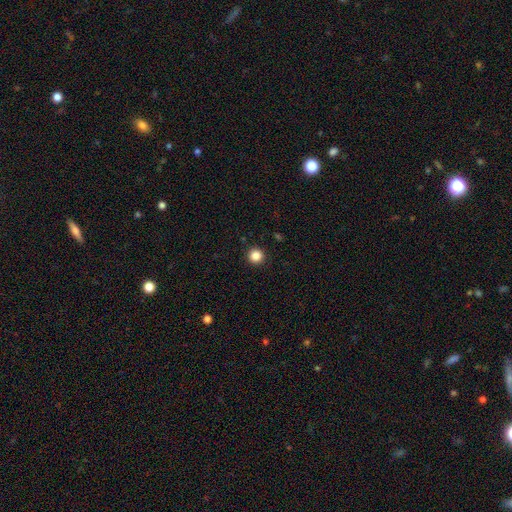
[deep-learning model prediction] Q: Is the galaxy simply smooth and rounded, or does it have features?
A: smooth — 85%.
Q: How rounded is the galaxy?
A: round — 95%.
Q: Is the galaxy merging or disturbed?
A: none — 93%.